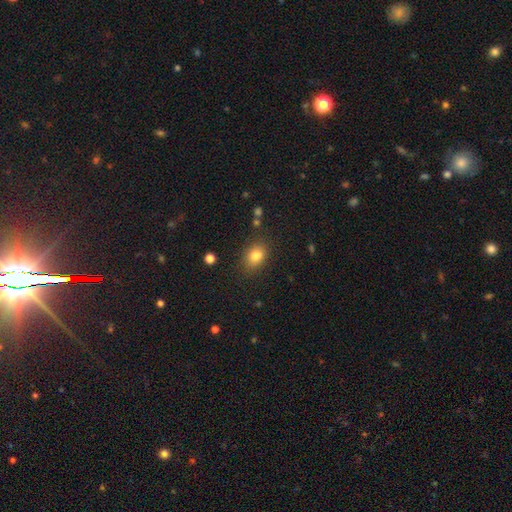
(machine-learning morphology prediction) The model was most divided on "how rounded": in between: 69%, round: 29%, cigar-shaped: 1%. More confident: smooth or featured — smooth (82%); merging — none (79%).